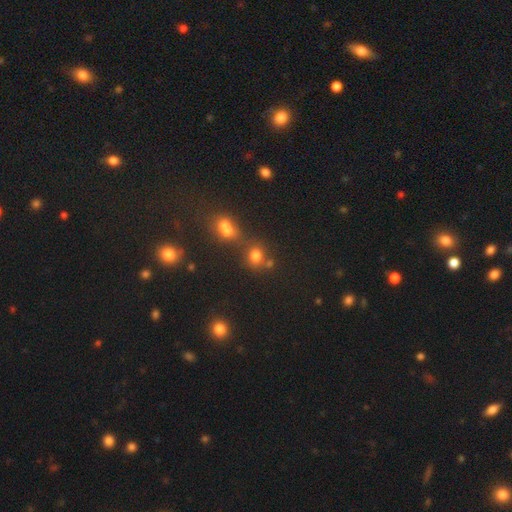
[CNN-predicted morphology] Smooth or featured: smooth — 71% (star or artifact — 20%)
How rounded: round — 74% (in between — 25%)
Merging: none — 58% (merger — 27%)